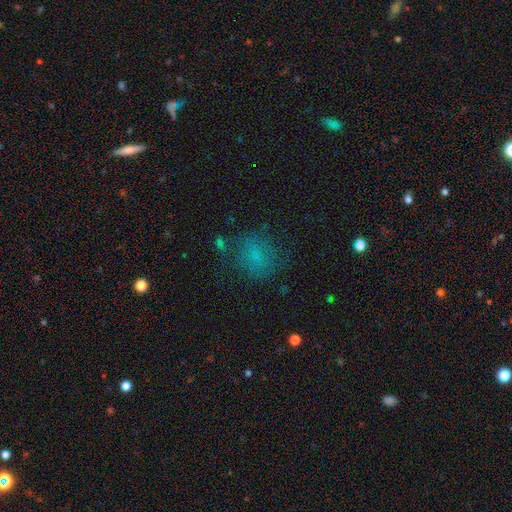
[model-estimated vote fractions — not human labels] This appears to be a smooth galaxy with no disk features (64%) that is round (63%). Merging: none (67%).